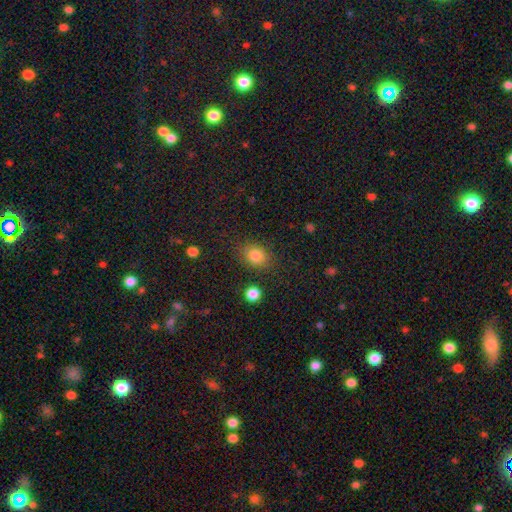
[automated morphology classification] A smooth galaxy with no disk features (82%) that is in between round and cigar-shaped (49%, tied with round).

Vote fractions:
- Smooth or featured? smooth: 82% / star or artifact: 11% / featured or disk: 6%
- How rounded? in between: 49% (tied) / round: 49% (tied) / cigar-shaped: 1%
- Merging? none: 83% / minor disturbance: 11% / major disturbance: 4% / merger: 2%